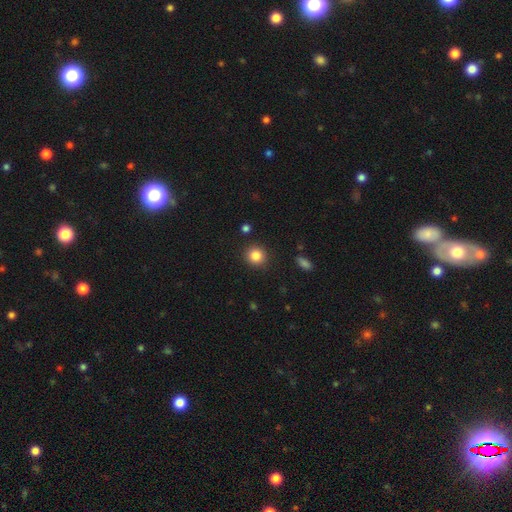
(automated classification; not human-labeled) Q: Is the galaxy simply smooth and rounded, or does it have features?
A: smooth — 85%.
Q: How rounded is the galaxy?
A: round — 90%.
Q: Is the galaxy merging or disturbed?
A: none — 89%.